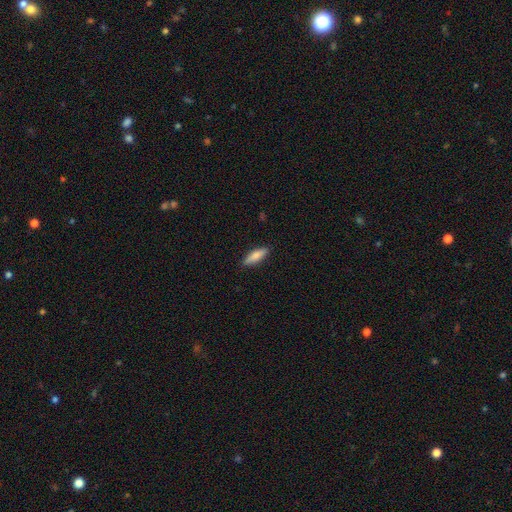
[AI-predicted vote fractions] Overall: smooth (80%). How rounded: cigar-shaped (52%; in between 46%). Merging: none (88%).